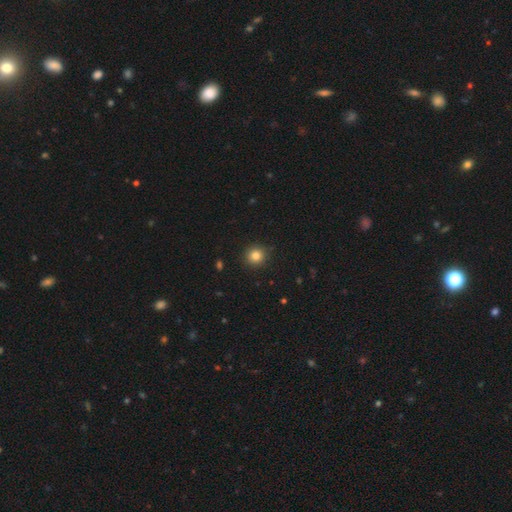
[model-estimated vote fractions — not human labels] A smooth galaxy with no disk features (83%) that is round (92%).

Vote fractions:
- Smooth or featured? smooth: 83% / star or artifact: 12% / featured or disk: 6%
- How rounded? round: 92% / in between: 7% / cigar-shaped: 1%
- Merging? none: 91% / minor disturbance: 7% / major disturbance: 2% / merger: 1%